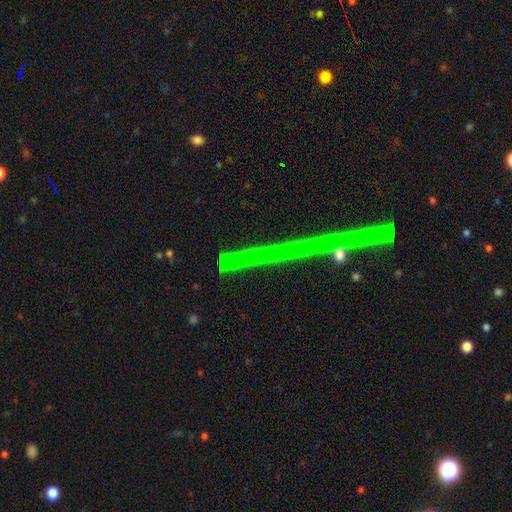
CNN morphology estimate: type=star or artifact (63%).